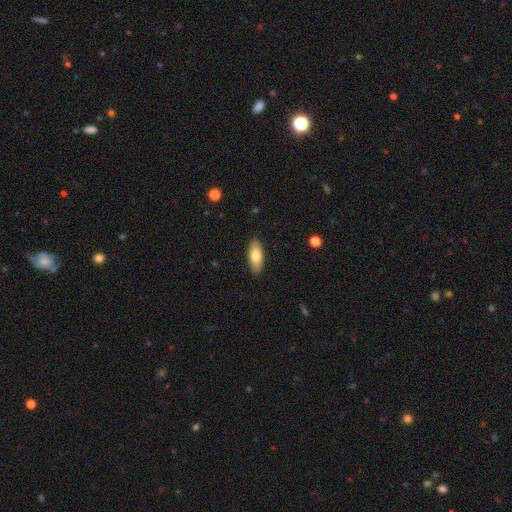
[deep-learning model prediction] Overall: smooth (74%). How rounded: in between (79%). Merging: none (89%).